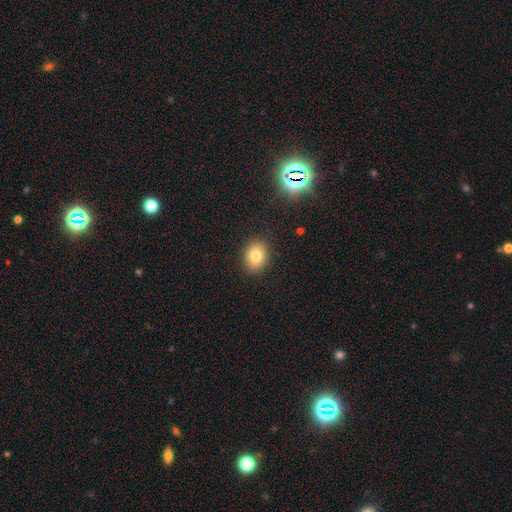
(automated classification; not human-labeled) Smooth or featured?
  - smooth: 80% *
  - star or artifact: 11%
  - featured or disk: 9%
How rounded?
  - round: 54% *
  - in between: 45%
  - cigar-shaped: 1%
Merging?
  - none: 89% *
  - minor disturbance: 8%
  - major disturbance: 2%
  - merger: 1%